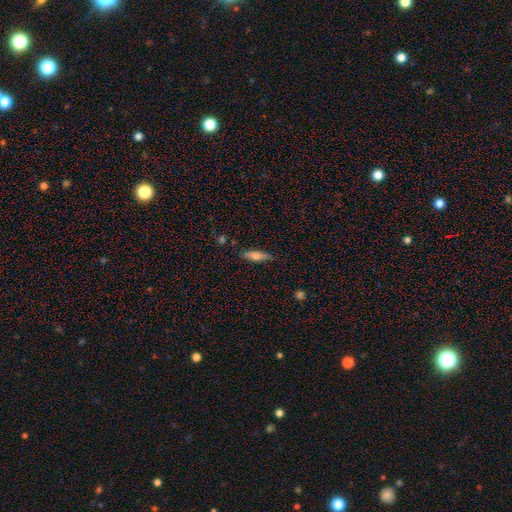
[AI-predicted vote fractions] This is likely a smooth galaxy (64%). How rounded: likely cigar-shaped (65%). Merging: clearly none (82%).